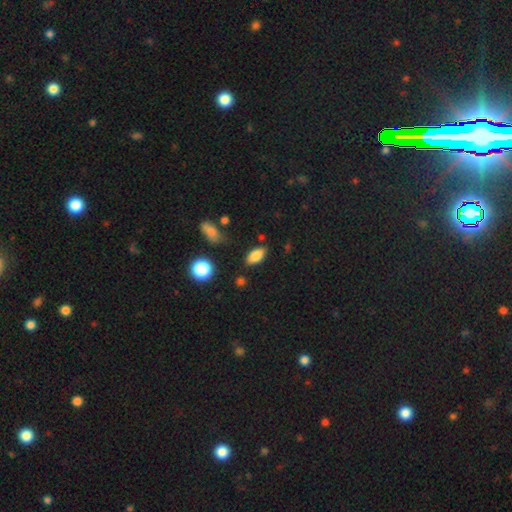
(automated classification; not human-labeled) Smooth or featured?
  - smooth: 83% *
  - star or artifact: 9%
  - featured or disk: 8%
How rounded?
  - in between: 89% *
  - cigar-shaped: 6%
  - round: 5%
Merging?
  - none: 81% *
  - minor disturbance: 13%
  - major disturbance: 3%
  - merger: 3%